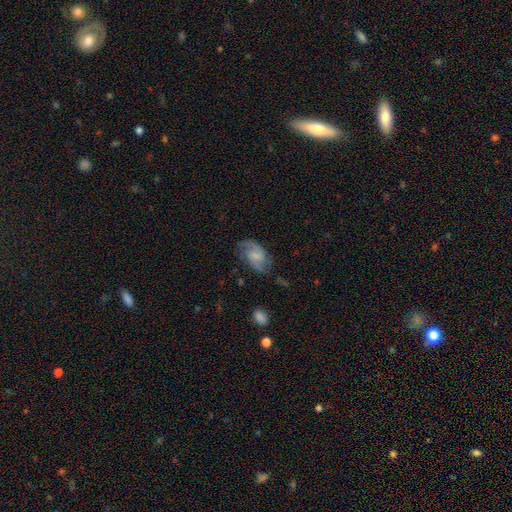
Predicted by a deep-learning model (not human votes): The model was most divided on "bulge size": small: 37%, none: 33%, moderate: 23%, large: 5%, dominant: 1%. Remaining: edge-on disk — no (97%); spiral arms — yes (92%); spiral arm count — 2 (84%); smooth or featured — featured or disk (68%); merging — none (67%); spiral winding — medium (50%); bar — weak (49%).